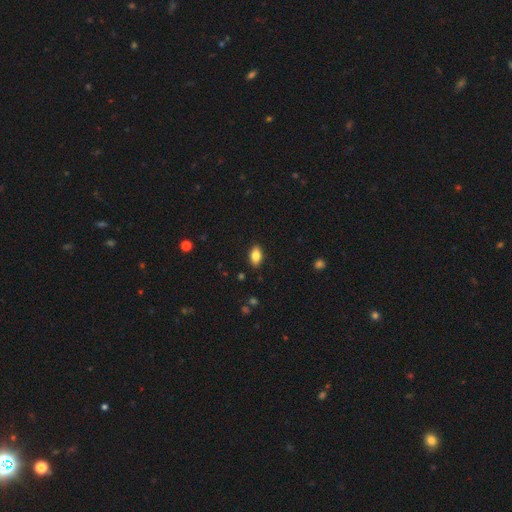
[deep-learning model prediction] Smooth or featured? Predicted: smooth (p=0.83). How rounded? Predicted: in between (p=0.90). Merging? Predicted: none (p=0.88).